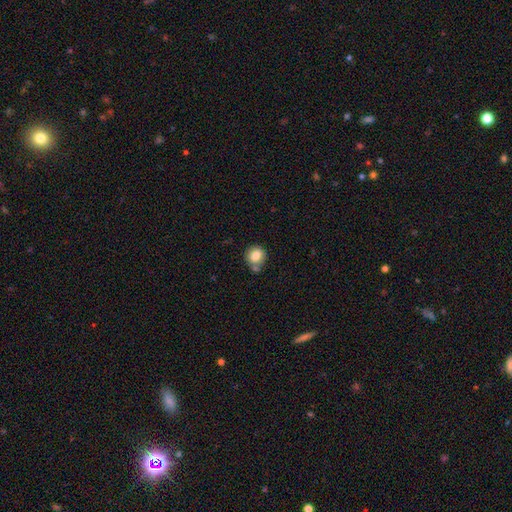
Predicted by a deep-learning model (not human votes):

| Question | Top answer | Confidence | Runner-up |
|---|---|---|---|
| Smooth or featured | smooth | 82% | star or artifact (9%) |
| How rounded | round | 78% | in between (21%) |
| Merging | none | 61% | merger (18%) |